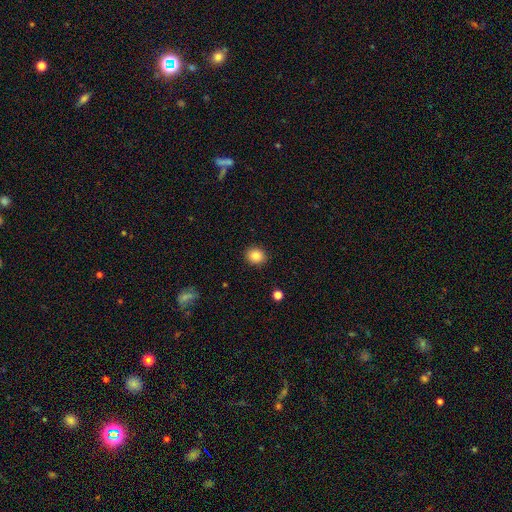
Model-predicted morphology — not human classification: A smooth galaxy with no disk features (85%) that is round (77%). Merging: none (90%).